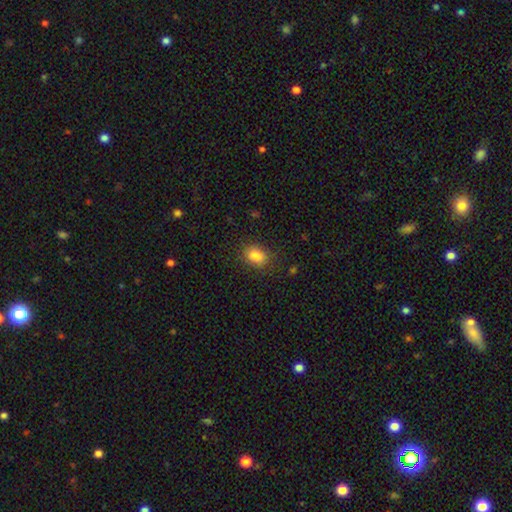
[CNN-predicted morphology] Overall: smooth (85%). How rounded: in between (68%; round 31%). Merging: none (81%).